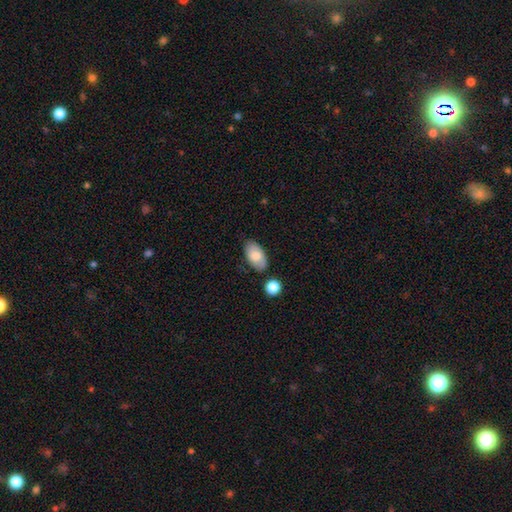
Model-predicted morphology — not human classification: A smooth galaxy with no disk features (81%) that is in between round and cigar-shaped (94%). Merging: none (77%).